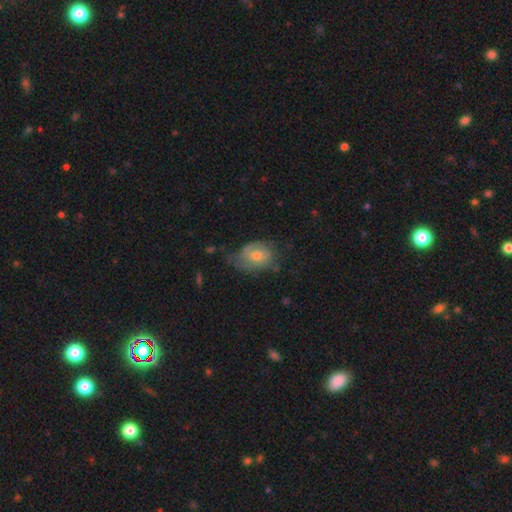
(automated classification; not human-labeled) A featured or disk galaxy (49%). Merging: none (51%).